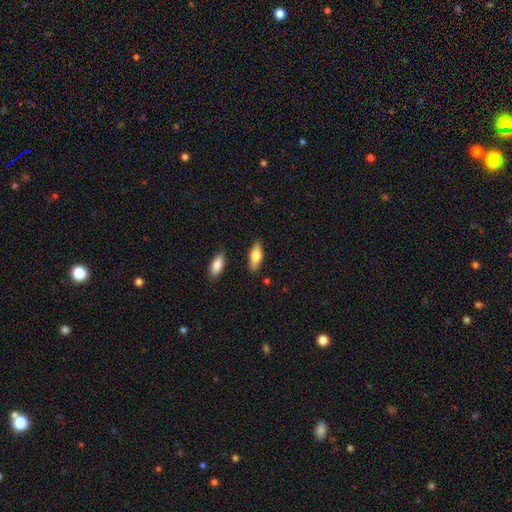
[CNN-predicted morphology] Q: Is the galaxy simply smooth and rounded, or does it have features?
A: smooth — 67%.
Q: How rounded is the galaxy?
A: in between — 75%.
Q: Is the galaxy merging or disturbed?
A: none — 83%.